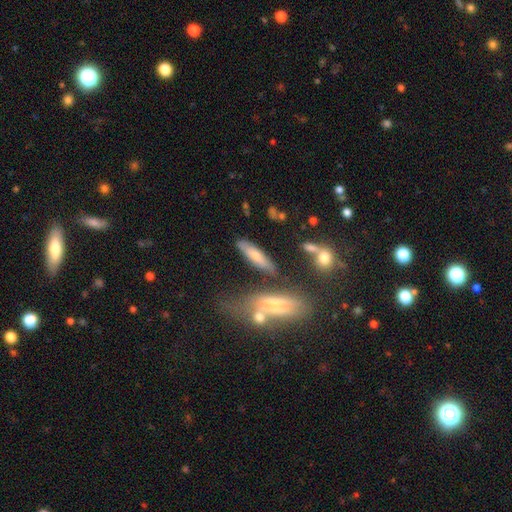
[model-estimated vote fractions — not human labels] A smooth galaxy with no disk features (60%) that is cigar-shaped (67%). Merging: none (68%).